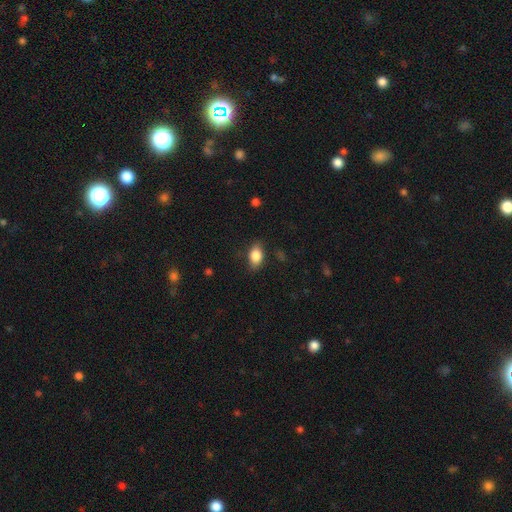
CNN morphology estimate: Overall: smooth (84%). How rounded: in between (85%). Merging: none (80%).